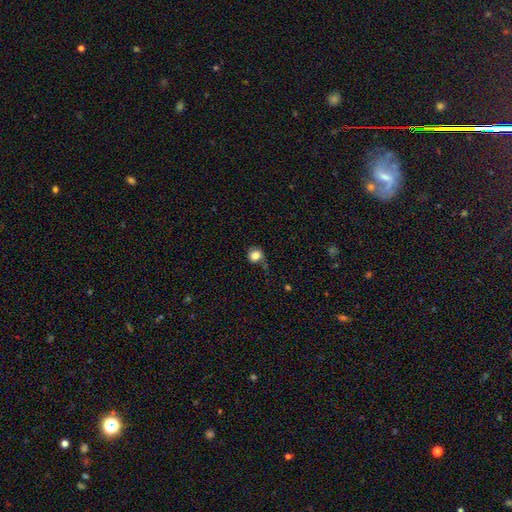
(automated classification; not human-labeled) Smooth or featured?
  - smooth: 83% *
  - star or artifact: 10%
  - featured or disk: 7%
How rounded?
  - round: 83% *
  - in between: 16%
  - cigar-shaped: 1%
Merging?
  - none: 60% *
  - minor disturbance: 26%
  - major disturbance: 11%
  - merger: 4%